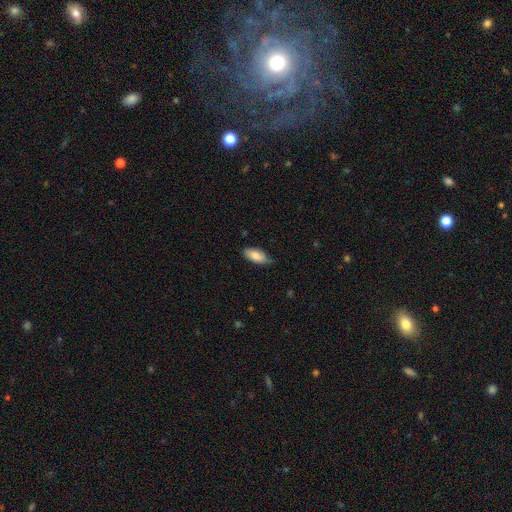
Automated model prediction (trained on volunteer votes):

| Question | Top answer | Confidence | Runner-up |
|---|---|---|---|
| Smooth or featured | smooth | 81% | featured or disk (13%) |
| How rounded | in between | 89% | cigar-shaped (9%) |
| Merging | none | 72% | minor disturbance (24%) |